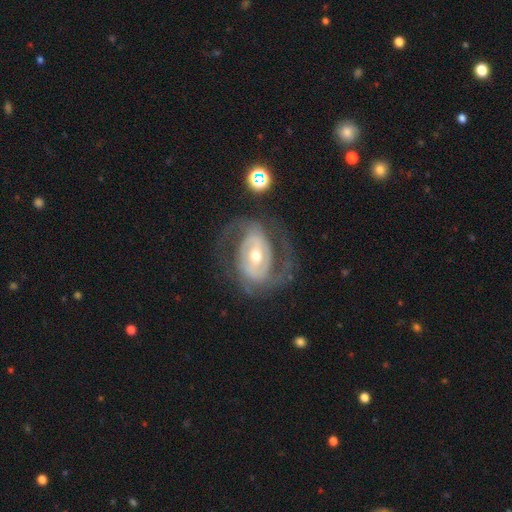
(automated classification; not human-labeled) This is clearly a featured or disk galaxy (86%). It is clearly not viewed edge-on (97%). Bar: marginally weak (40%). Spiral arm pattern: clearly yes (90%). Spiral arm count: likely 2 (79%). Spiral winding: possibly medium (46%). Central bulge: likely moderate (65%). Merging: likely none (69%).